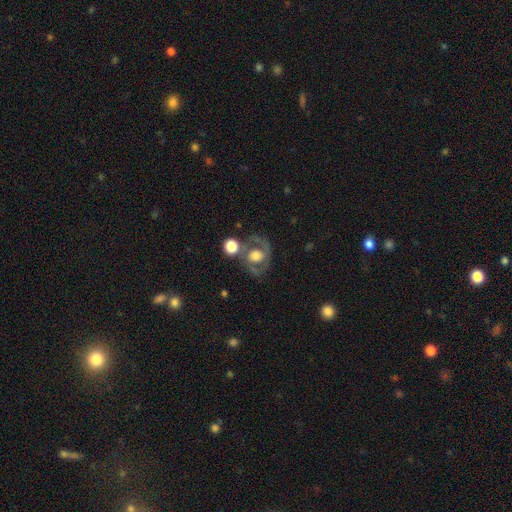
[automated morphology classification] This is likely a featured or disk galaxy (60%). It is clearly not viewed edge-on (96%). Bar: likely no (74%). Spiral arm pattern: possibly yes (54%). Central bulge: possibly moderate (46%). Merging: possibly none (53%).